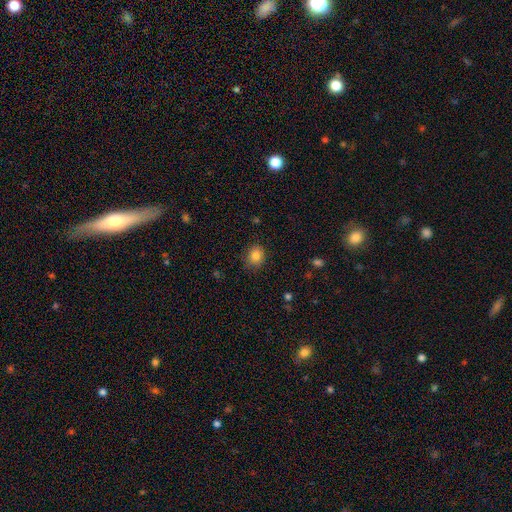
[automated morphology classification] Smooth or featured? Predicted: smooth (p=0.84). How rounded? Predicted: round (p=0.64). Merging? Predicted: none (p=0.85).